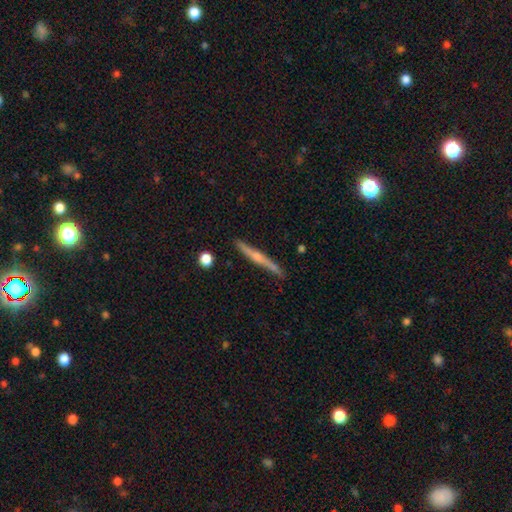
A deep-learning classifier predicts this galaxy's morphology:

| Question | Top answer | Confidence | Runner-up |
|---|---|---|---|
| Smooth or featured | featured or disk | 72% | smooth (20%) |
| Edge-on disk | yes | 96% | no (4%) |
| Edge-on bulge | rounded | 78% | none (17%) |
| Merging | none | 86% | minor disturbance (10%) |